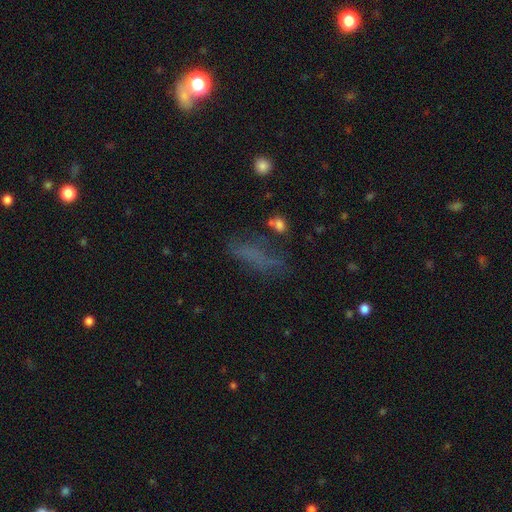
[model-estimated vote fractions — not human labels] smooth 53%, star or artifact 23%, featured or disk 23%. Down the decision tree: how rounded — cigar-shaped (50%); merging — none (56%).